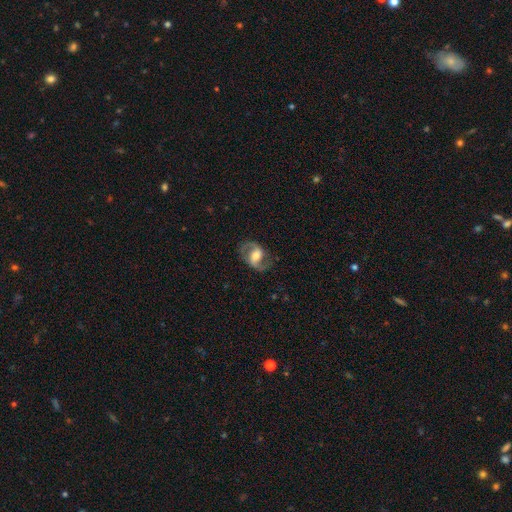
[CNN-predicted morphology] Smooth or featured? Predicted: featured or disk (p=0.83). Edge-on disk? Predicted: no (p=0.97). Bar? Predicted: weak (p=0.47). Spiral arms? Predicted: yes (p=0.95). Spiral winding? Predicted: medium (p=0.52). Spiral arm count? Predicted: 2 (p=0.93). Bulge size? Predicted: moderate (p=0.48). Merging? Predicted: none (p=0.79).